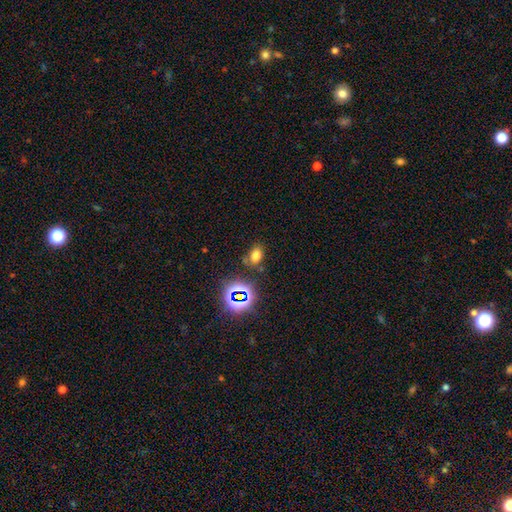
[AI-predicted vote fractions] A smooth galaxy with no disk features (67%) that is in between round and cigar-shaped (76%). Merging: none (74%).